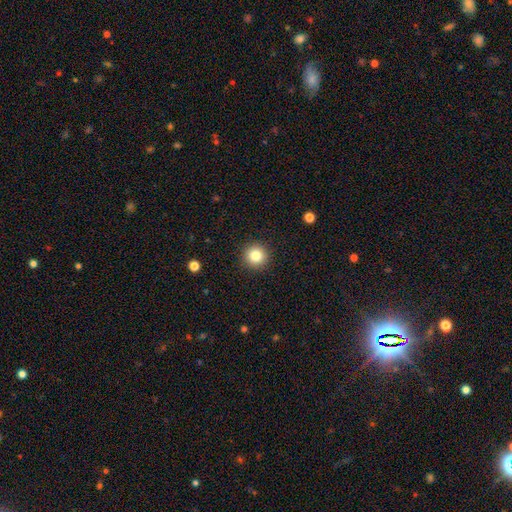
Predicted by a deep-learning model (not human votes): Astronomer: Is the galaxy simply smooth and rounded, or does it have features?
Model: smooth — 83%.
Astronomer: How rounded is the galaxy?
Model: round — 96%.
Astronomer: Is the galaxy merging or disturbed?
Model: none — 92%.